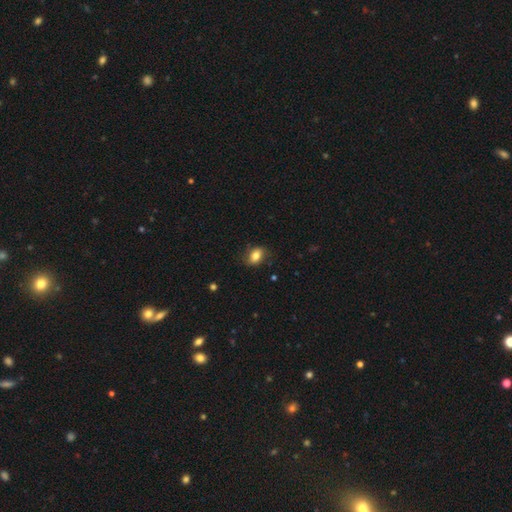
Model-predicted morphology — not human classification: smooth_or_featured: smooth (p=0.80) [alt: featured or disk p=0.12]
how_rounded: in between (p=0.78) [alt: round p=0.20]
merging: none (p=0.76) [alt: minor disturbance p=0.18]